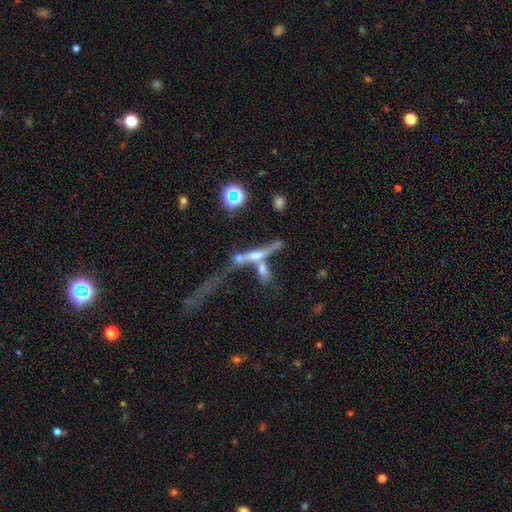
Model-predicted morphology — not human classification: featured or disk 53%, smooth 32%, star or artifact 15%. Down the decision tree: edge-on disk — yes (67%); merging — merger (53%).